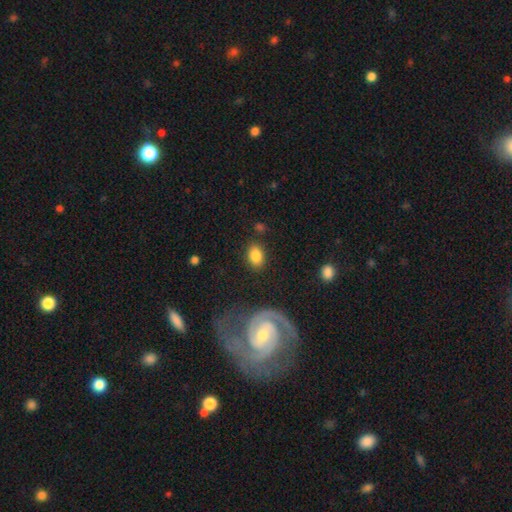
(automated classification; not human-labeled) This is clearly a smooth galaxy (83%). How rounded: clearly in between (82%). Merging: clearly none (83%).